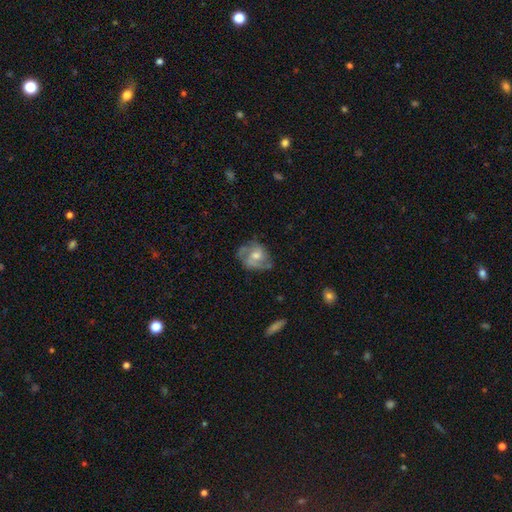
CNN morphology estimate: type=featured or disk (66%); edge-on=no (97%); bar=no (67%); spiral arms=yes (81%); winding=medium (46%); arm count=2 (45%); bulge=moderate (62%); merging=none (63%).